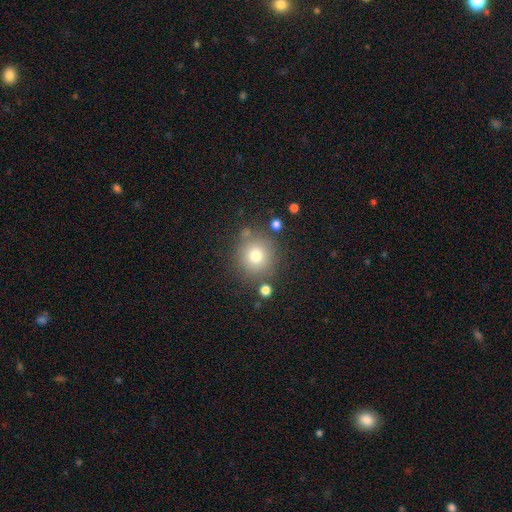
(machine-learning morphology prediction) Smooth or featured? Predicted: smooth (p=0.75). How rounded? Predicted: round (p=0.91). Merging? Predicted: none (p=0.79).